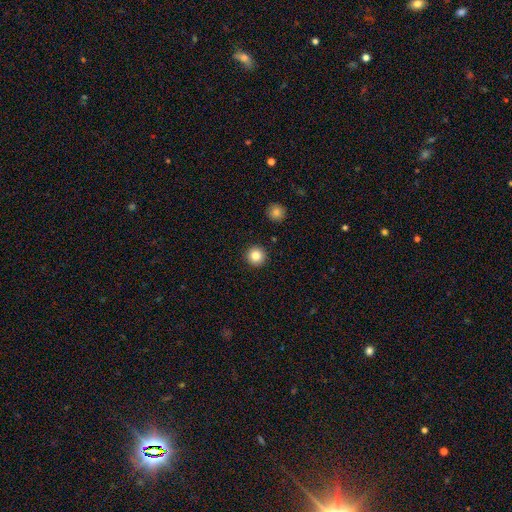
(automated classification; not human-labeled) smooth-or-featured: smooth: 84% | star or artifact: 10% | featured or disk: 6%
  how-rounded: round: 96% | in between: 3% | cigar-shaped: 1%
  merging: none: 92% | minor disturbance: 5% | major disturbance: 2% | merger: 2%